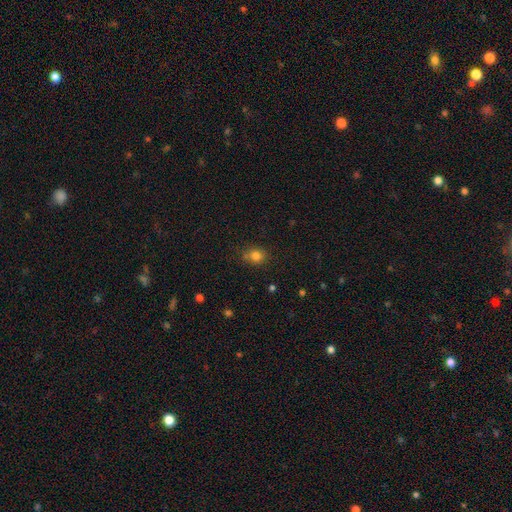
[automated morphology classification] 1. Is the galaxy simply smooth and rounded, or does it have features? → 80% smooth, 13% star or artifact, 6% featured or disk.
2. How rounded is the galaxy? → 67% round, 32% in between, 1% cigar-shaped.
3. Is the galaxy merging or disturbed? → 71% none, 19% minor disturbance, 6% merger, 5% major disturbance.